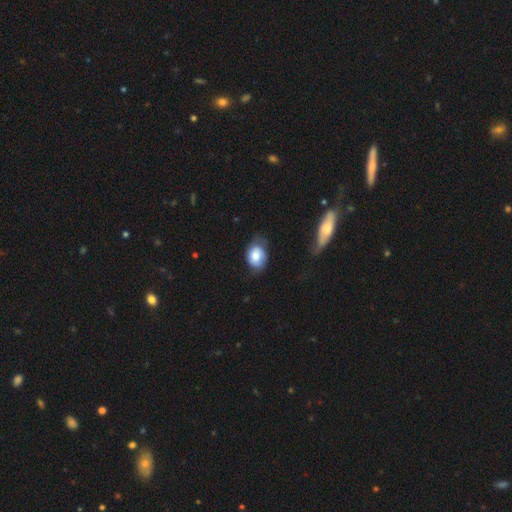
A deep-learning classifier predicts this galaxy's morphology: Overall: smooth (73%). How rounded: in between (67%; round 32%). Merging: none (55%; minor disturbance 32%).